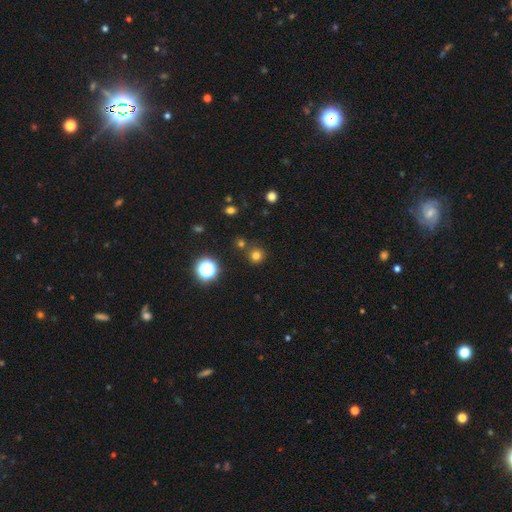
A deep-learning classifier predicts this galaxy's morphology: Q: Smooth or featured?
A: smooth (73%); runner-up: star or artifact (21%)
Q: How rounded?
A: round (93%); runner-up: in between (6%)
Q: Merging?
A: none (81%); runner-up: merger (9%)